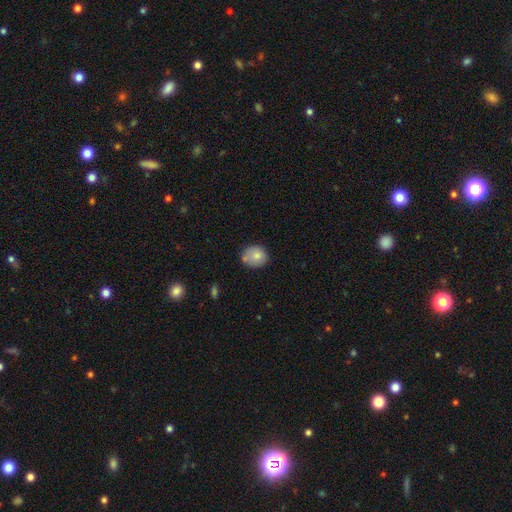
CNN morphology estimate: smooth-or-featured: smooth: 79% | featured or disk: 13% | star or artifact: 8%
  how-rounded: round: 71% | in between: 28% | cigar-shaped: 1%
  merging: none: 68% | minor disturbance: 20% | merger: 8% | major disturbance: 4%